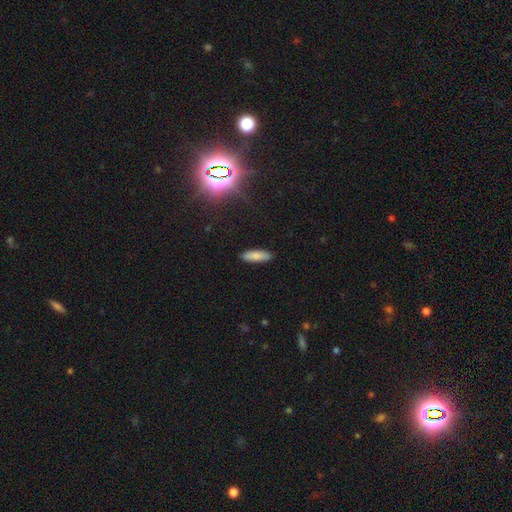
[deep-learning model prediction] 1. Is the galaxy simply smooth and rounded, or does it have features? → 84% smooth, 8% featured or disk, 8% star or artifact.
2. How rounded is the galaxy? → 53% in between, 46% cigar-shaped, 2% round.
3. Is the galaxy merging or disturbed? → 90% none, 8% minor disturbance, 2% major disturbance, 1% merger.